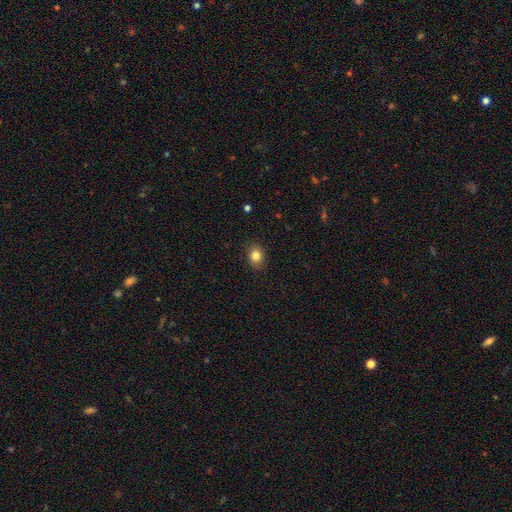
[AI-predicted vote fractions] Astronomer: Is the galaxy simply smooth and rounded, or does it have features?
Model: smooth — 84%.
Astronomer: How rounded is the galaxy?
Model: in between — 54% (runner-up: round, 45%).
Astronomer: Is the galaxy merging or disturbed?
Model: none — 88%.